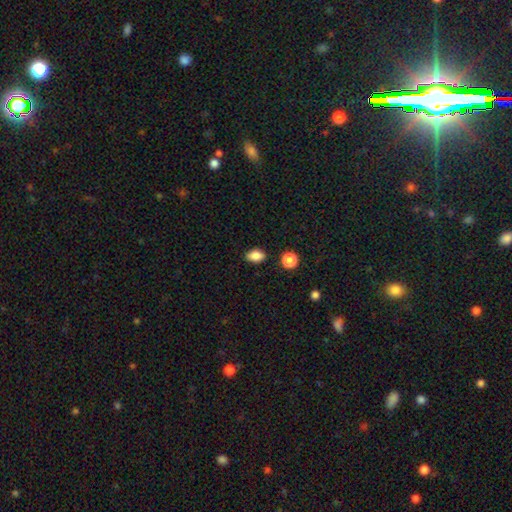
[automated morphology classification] Smooth or featured: smooth — 85% (star or artifact — 10%)
How rounded: in between — 82% (round — 16%)
Merging: none — 83% (minor disturbance — 13%)